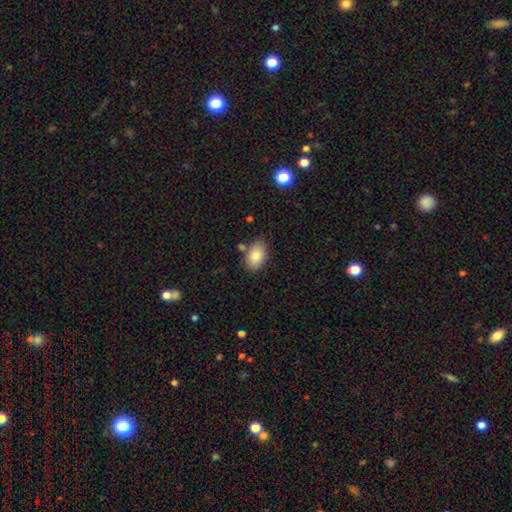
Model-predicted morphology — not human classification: Smooth or featured? smooth (85%)
How rounded? in between (91%)
Merging? none (77%)